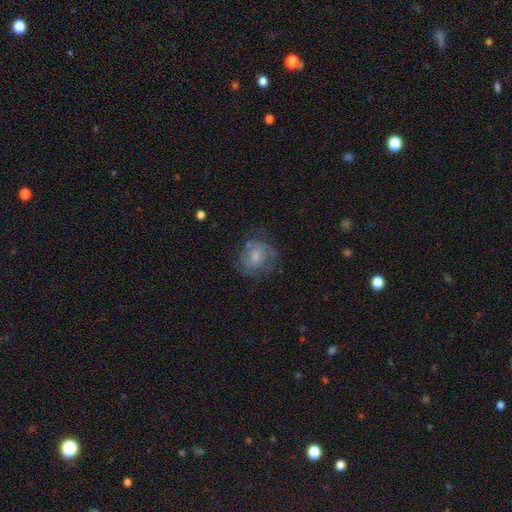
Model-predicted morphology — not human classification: featured or disk 54%, smooth 38%, star or artifact 9%. Down the decision tree: edge-on disk — no (97%); bar — no (54%); spiral arms — yes (71%); bulge size — moderate (42%); merging — none (61%).